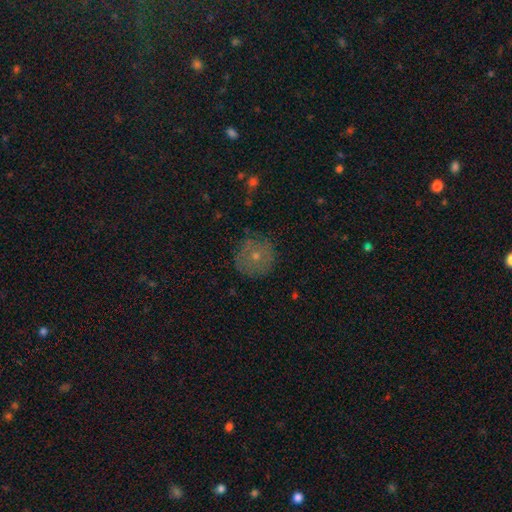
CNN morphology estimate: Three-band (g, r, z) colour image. It shows a smooth galaxy with no disk features (59%) that is round (94%). Merging: none (82%).